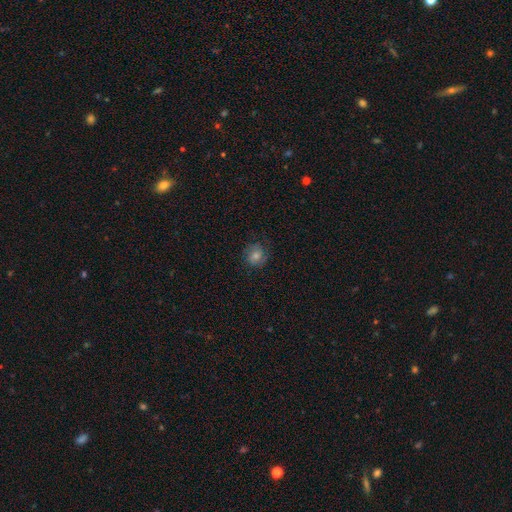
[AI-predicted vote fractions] This is possibly a smooth galaxy (50%). Merging: likely none (77%).